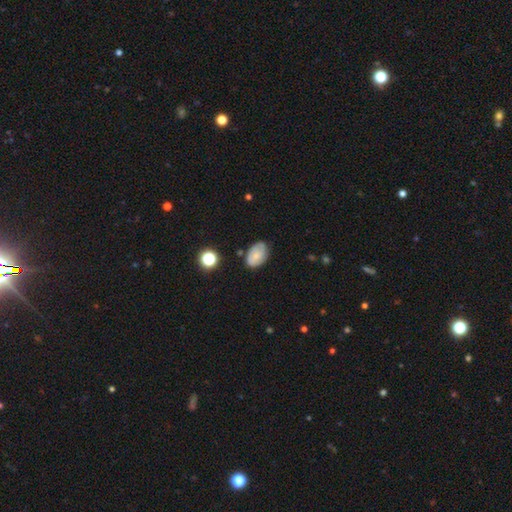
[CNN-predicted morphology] smooth_or_featured: smooth (p=0.61) [alt: featured or disk p=0.30]
how_rounded: in between (p=0.86) [alt: round p=0.13]
merging: none (p=0.65) [alt: minor disturbance p=0.26]